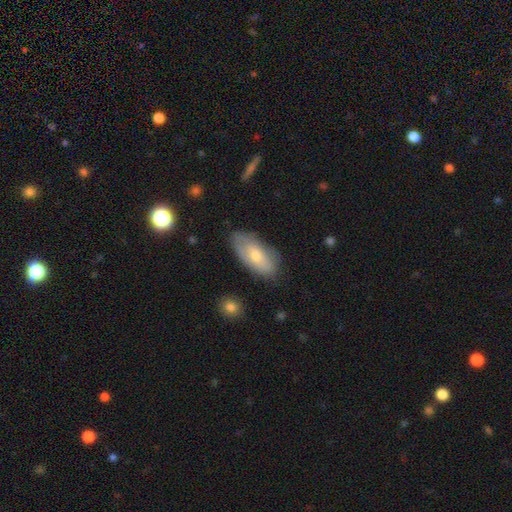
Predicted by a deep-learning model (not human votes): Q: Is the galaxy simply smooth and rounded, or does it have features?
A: smooth — 58%.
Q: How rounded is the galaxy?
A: in between — 88%.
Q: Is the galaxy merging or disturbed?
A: none — 72%.